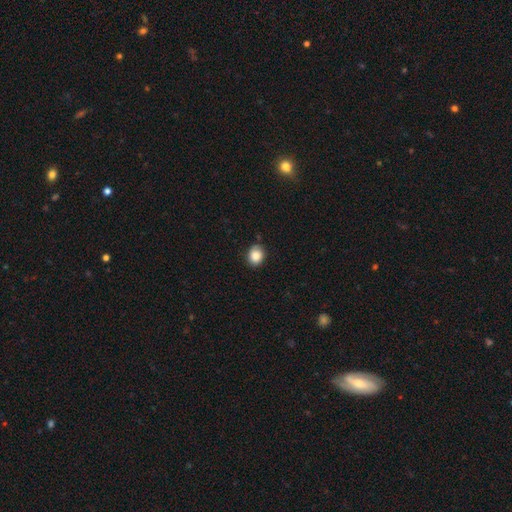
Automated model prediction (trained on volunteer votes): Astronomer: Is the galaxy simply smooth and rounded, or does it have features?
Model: smooth — 86%.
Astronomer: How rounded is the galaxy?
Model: round — 54% (runner-up: in between, 45%).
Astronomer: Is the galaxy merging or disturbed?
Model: none — 78%.